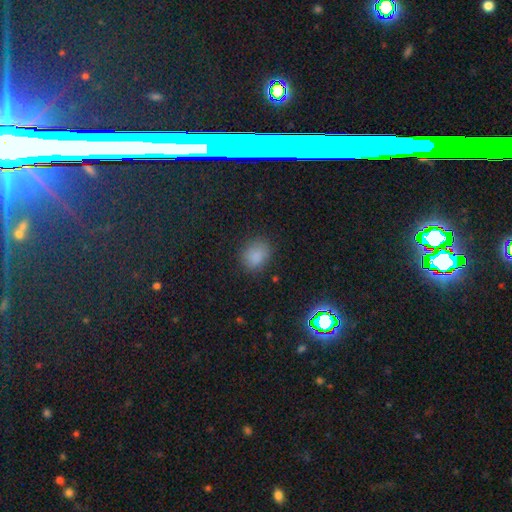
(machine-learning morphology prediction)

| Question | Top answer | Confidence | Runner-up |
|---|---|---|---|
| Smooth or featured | smooth | 82% | star or artifact (13%) |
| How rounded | round | 58% | in between (41%) |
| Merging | none | 80% | minor disturbance (14%) |